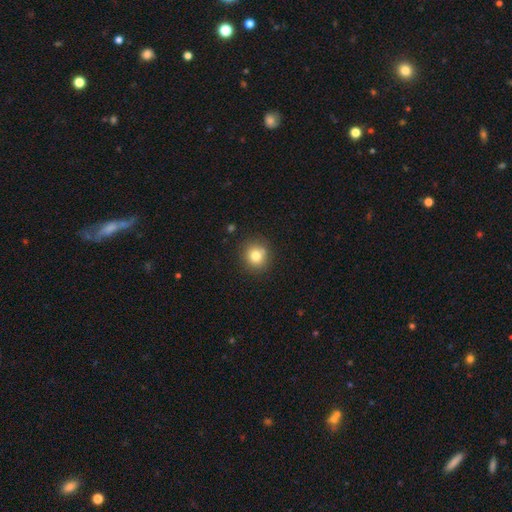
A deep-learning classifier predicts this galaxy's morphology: Overall: smooth (79%). How rounded: round (88%). Merging: none (84%).